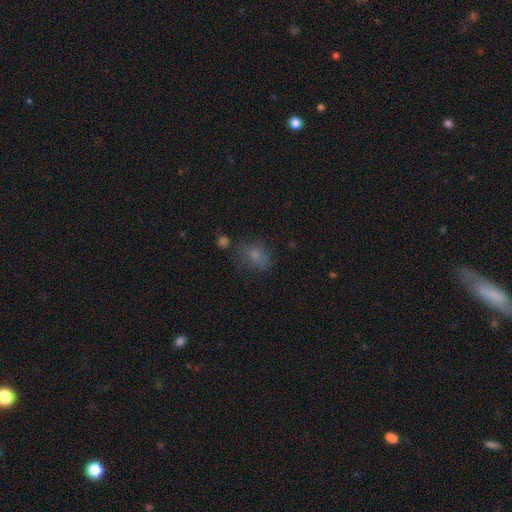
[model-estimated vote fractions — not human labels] Smooth or featured: smooth — 70% (star or artifact — 16%)
How rounded: in between — 68% (round — 30%)
Merging: none — 53% (minor disturbance — 25%)